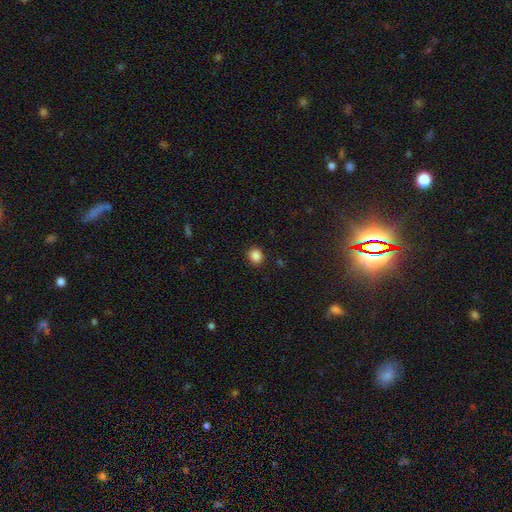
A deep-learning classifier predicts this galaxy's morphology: This is clearly a smooth galaxy (86%). How rounded: clearly round (81%). Merging: clearly none (89%).